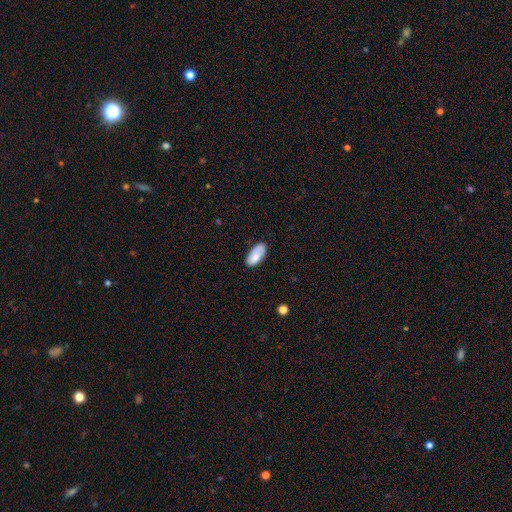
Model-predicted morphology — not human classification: This appears to be a smooth galaxy with no disk features (79%) that is in between round and cigar-shaped (91%). Merging: none (73%).